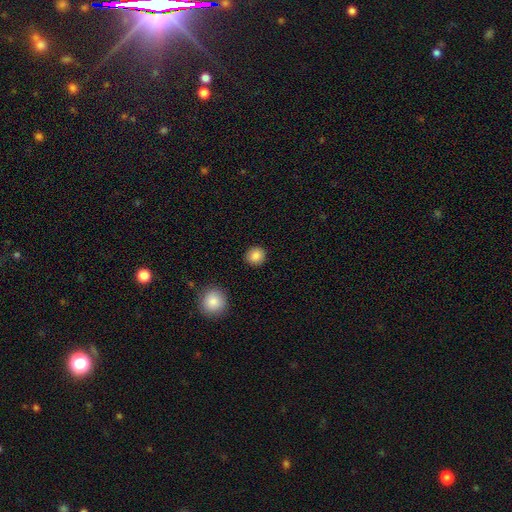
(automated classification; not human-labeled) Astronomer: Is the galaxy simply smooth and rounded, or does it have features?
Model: smooth — 86%.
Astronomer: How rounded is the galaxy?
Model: round — 92%.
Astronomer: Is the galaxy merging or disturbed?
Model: none — 92%.